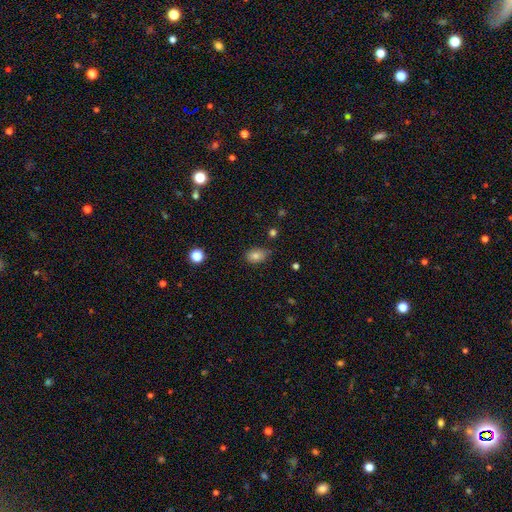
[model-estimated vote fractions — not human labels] Q: Smooth or featured?
A: smooth (81%); runner-up: star or artifact (10%)
Q: How rounded?
A: in between (78%); runner-up: round (21%)
Q: Merging?
A: none (73%); runner-up: minor disturbance (21%)